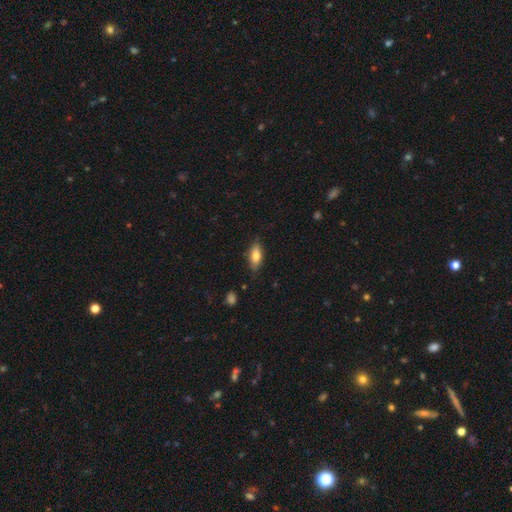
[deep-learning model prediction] A smooth galaxy with no disk features (74%) that is in between round and cigar-shaped (77%).

Vote fractions:
- Smooth or featured? smooth: 74% / featured or disk: 19% / star or artifact: 7%
- How rounded? in between: 77% / cigar-shaped: 21% / round: 3%
- Merging? none: 81% / minor disturbance: 15% / major disturbance: 3% / merger: 1%